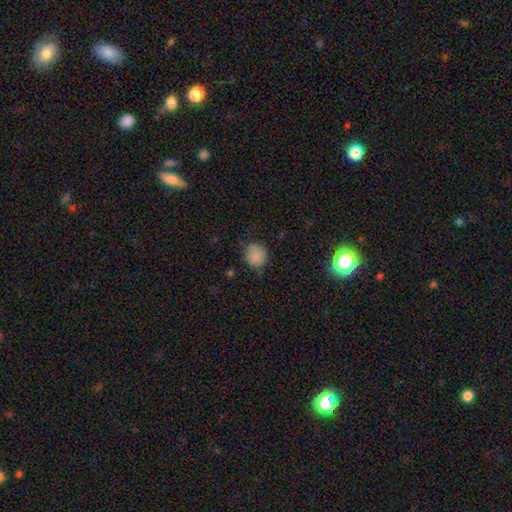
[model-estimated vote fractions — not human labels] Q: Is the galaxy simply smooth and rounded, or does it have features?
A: smooth — 84%.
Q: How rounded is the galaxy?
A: round — 82%.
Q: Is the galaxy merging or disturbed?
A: none — 71%.